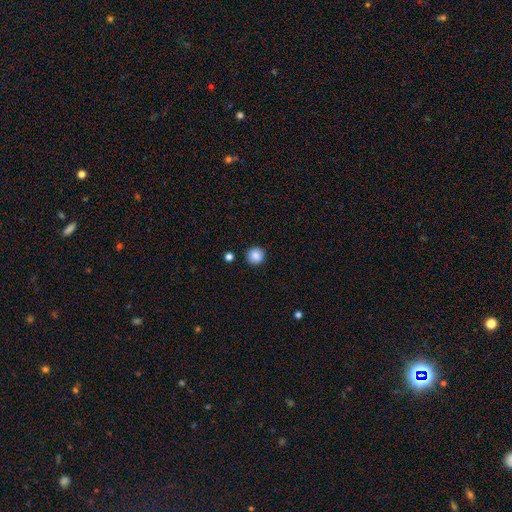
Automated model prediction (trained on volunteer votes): Morphology: type=smooth (87%); roundness=round (93%); merging=none (88%).